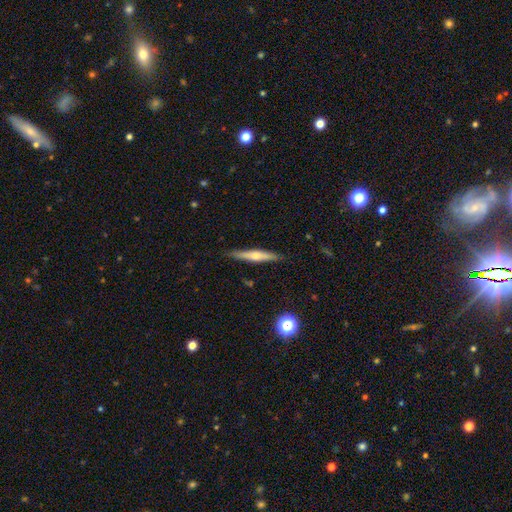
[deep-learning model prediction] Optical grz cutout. It shows a featured or disk galaxy (56%) viewed edge-on (94%) with a rounded central bulge (85%). Merging: none (88%).